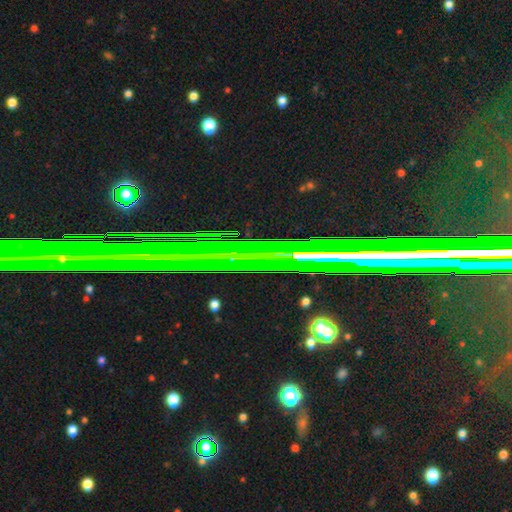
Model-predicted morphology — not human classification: Smooth or featured: star or artifact — 74% (featured or disk — 16%)